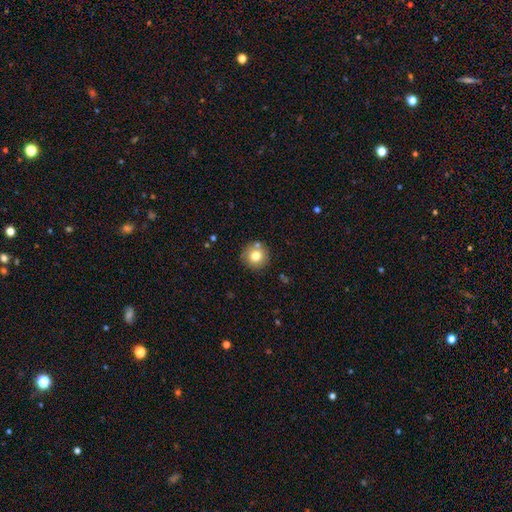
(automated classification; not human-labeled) This appears to be a smooth galaxy with no disk features (77%) that is round (94%). Merging: none (80%).